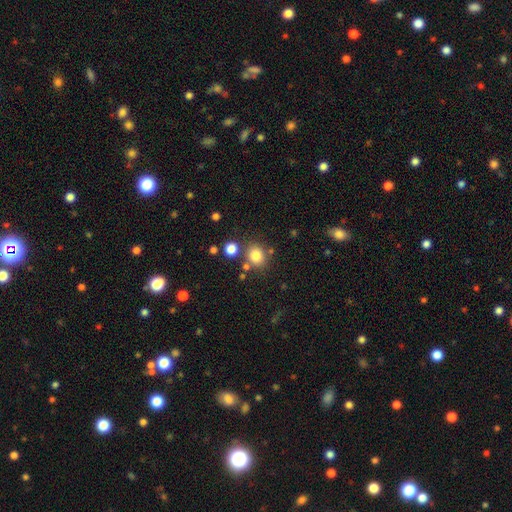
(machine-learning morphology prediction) type=smooth (81%); roundness=round (74%); merging=none (74%).